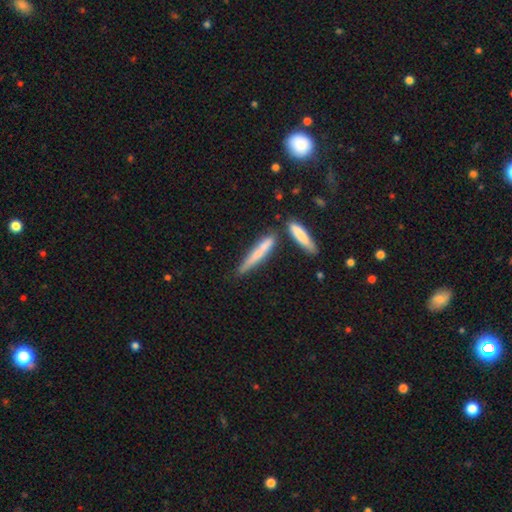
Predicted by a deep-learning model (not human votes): Morphology: type=smooth (61%); roundness=cigar-shaped (91%); merging=none (60%).